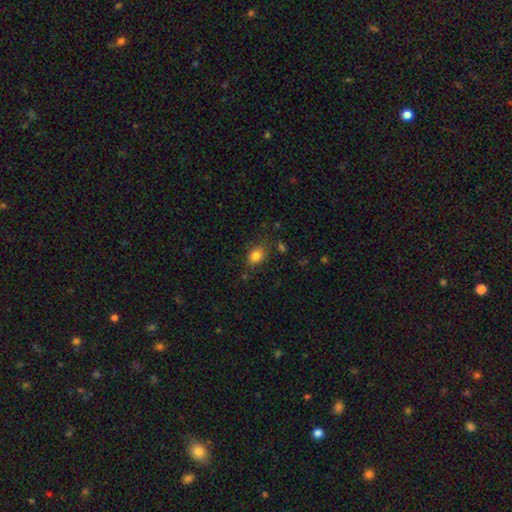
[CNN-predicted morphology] Overall: smooth (83%). How rounded: in between (74%). Merging: none (76%).